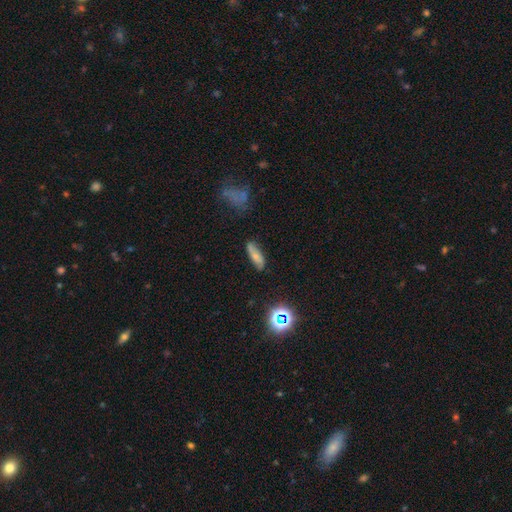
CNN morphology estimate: Q: Smooth or featured?
A: smooth (59%); runner-up: featured or disk (29%)
Q: How rounded?
A: in between (51%); runner-up: cigar-shaped (45%)
Q: Merging?
A: none (73%); runner-up: minor disturbance (20%)